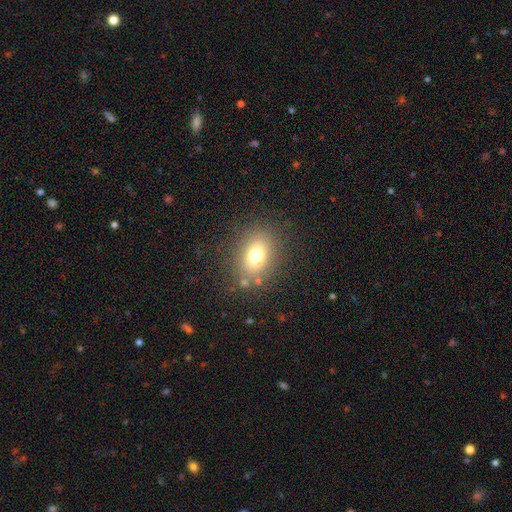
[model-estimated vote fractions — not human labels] smooth 70%, featured or disk 15%, star or artifact 15%. Down the decision tree: how rounded — in between (56%); merging — none (79%).